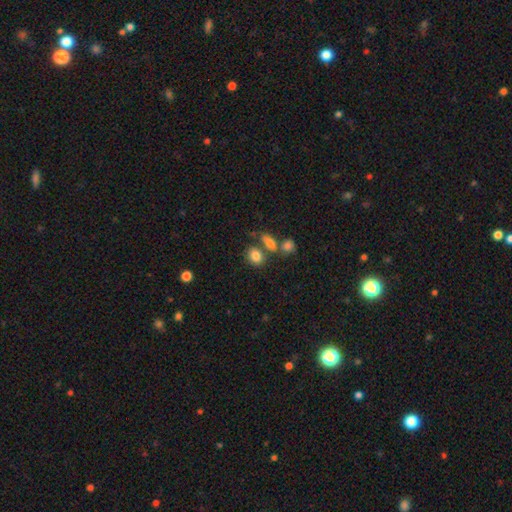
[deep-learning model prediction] smooth 83%, star or artifact 10%, featured or disk 7%. Down the decision tree: how rounded — in between (58%); merging — none (60%).